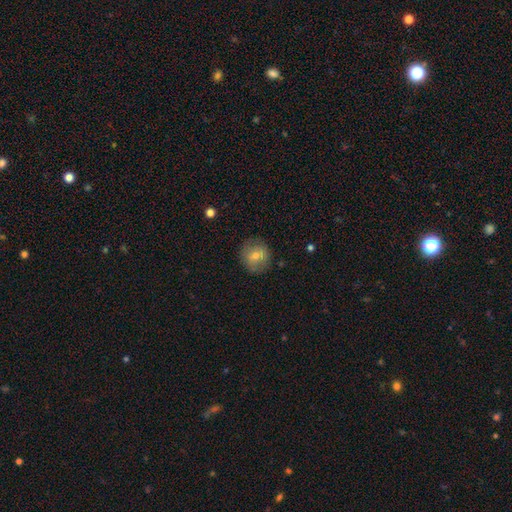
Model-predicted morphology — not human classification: smooth 60%, featured or disk 29%, star or artifact 11%. Down the decision tree: how rounded — round (86%); merging — none (84%).